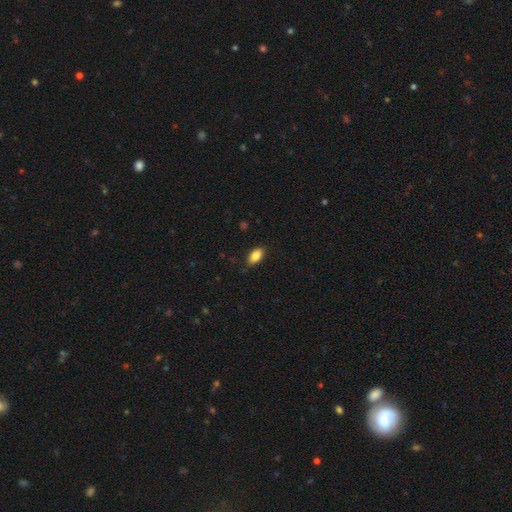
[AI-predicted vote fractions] Overall: smooth (84%). How rounded: in between (90%). Merging: none (84%).